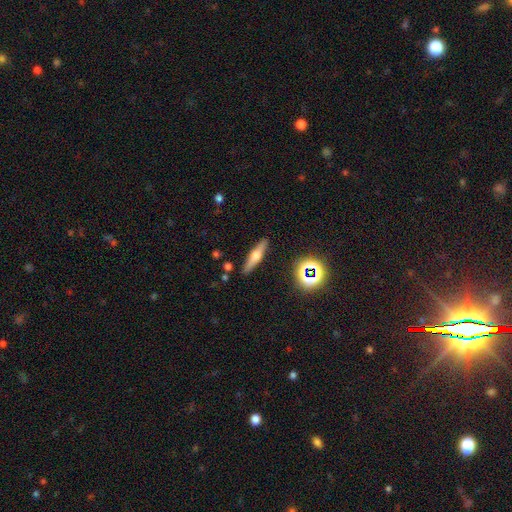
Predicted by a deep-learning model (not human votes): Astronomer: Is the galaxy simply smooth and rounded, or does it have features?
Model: featured or disk — 52% (runner-up: smooth, 38%).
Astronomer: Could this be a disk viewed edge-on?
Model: yes — 93%.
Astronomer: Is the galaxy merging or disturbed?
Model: none — 89%.